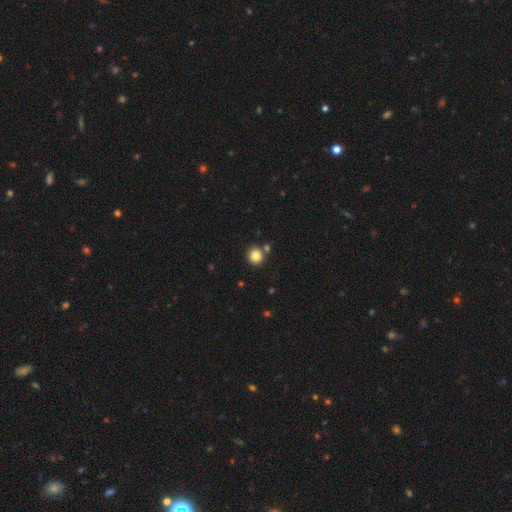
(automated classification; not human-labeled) Smooth or featured?
  - smooth: 85% *
  - star or artifact: 10%
  - featured or disk: 5%
How rounded?
  - round: 87% *
  - in between: 12%
  - cigar-shaped: 1%
Merging?
  - none: 79% *
  - merger: 11%
  - minor disturbance: 8%
  - major disturbance: 2%